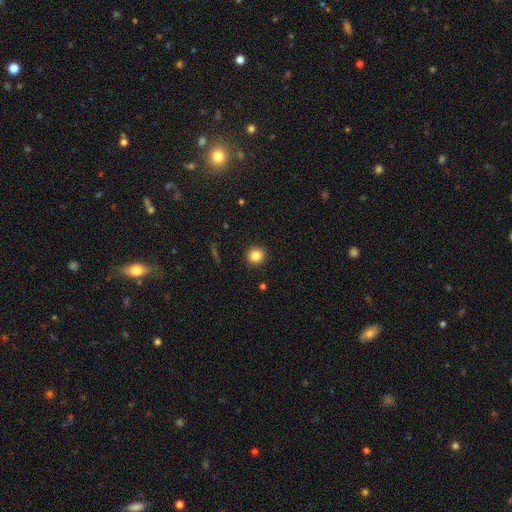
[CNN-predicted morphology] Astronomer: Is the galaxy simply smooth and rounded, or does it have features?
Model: smooth — 85%.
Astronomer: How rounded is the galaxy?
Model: round — 90%.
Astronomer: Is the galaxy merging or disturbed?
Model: none — 91%.